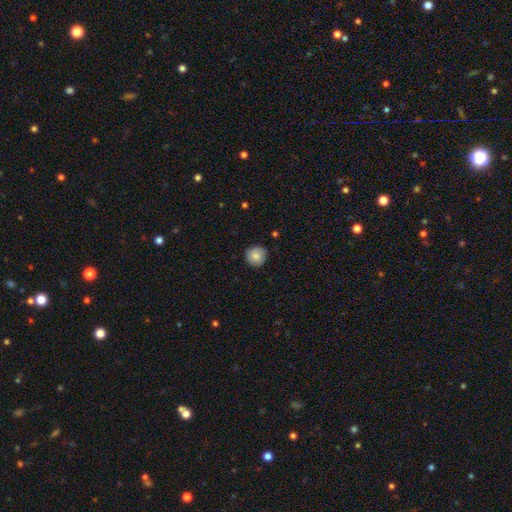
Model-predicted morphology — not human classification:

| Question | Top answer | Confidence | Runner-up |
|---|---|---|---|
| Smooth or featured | smooth | 85% | star or artifact (8%) |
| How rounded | round | 93% | in between (6%) |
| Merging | none | 86% | minor disturbance (11%) |